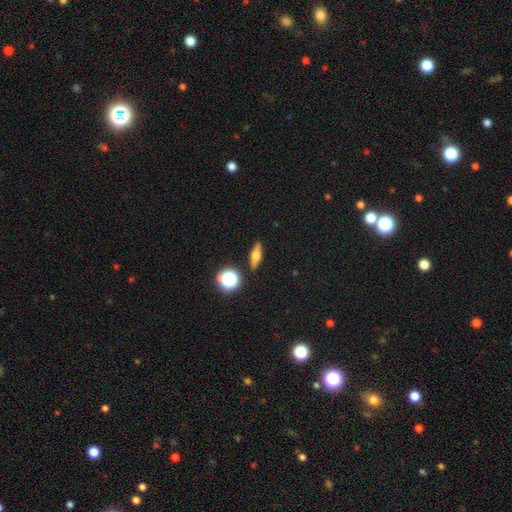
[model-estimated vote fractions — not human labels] This appears to be a featured or disk galaxy (47%). Merging: none (89%).